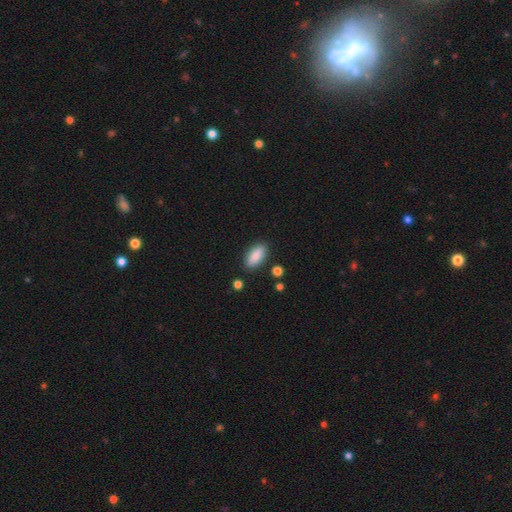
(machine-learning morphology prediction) smooth-or-featured: smooth: 88% | star or artifact: 6% | featured or disk: 6%
  how-rounded: in between: 85% | cigar-shaped: 13% | round: 2%
  merging: none: 86% | minor disturbance: 10% | major disturbance: 2% | merger: 2%